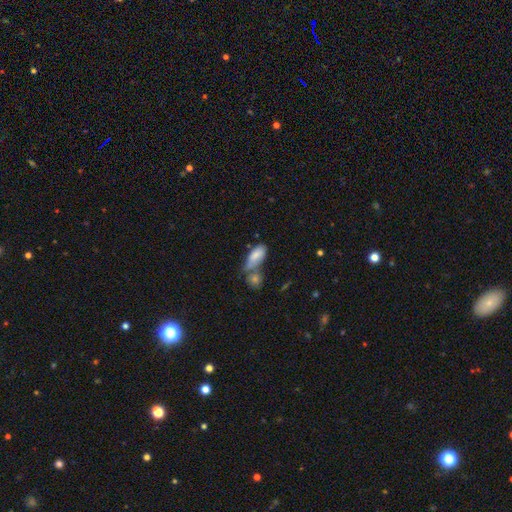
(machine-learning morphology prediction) smooth_or_featured: smooth (p=0.77) [alt: featured or disk p=0.16]
how_rounded: in between (p=0.82) [alt: cigar-shaped p=0.15]
merging: merger (p=0.43) [alt: none p=0.33]